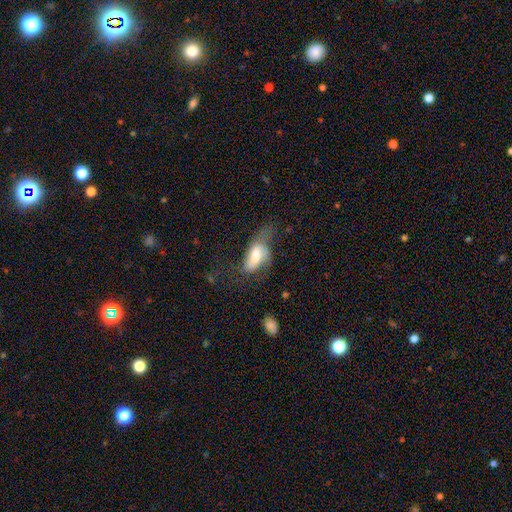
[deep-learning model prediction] Smooth or featured: smooth — 60% (featured or disk — 32%)
How rounded: in between — 87% (cigar-shaped — 9%)
Merging: major disturbance — 46% (minor disturbance — 26%)